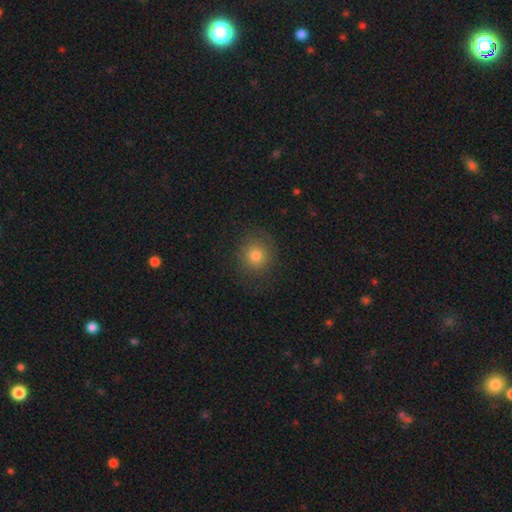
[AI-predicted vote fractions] Smooth or featured: smooth — 77% (star or artifact — 13%)
How rounded: round — 89% (in between — 10%)
Merging: none — 83% (minor disturbance — 11%)